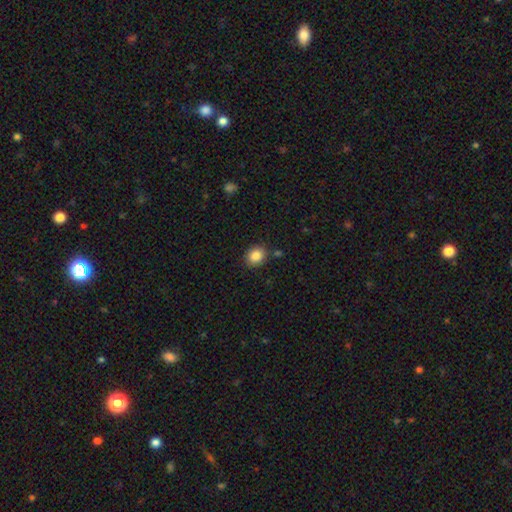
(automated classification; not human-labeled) Smooth or featured? smooth (86%)
How rounded? round (59%)
Merging? none (84%)